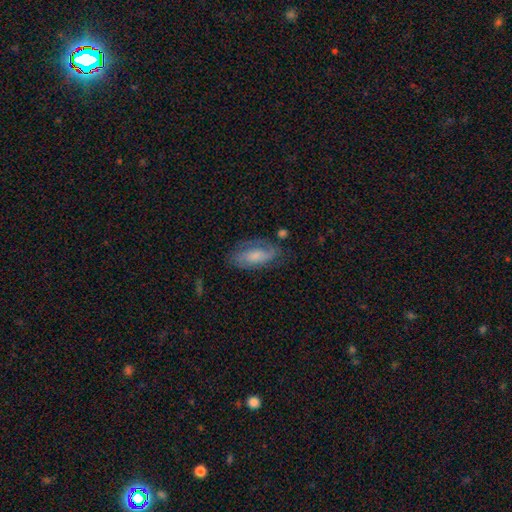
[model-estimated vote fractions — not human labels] The model was most divided on "smooth or featured": smooth: 47%, featured or disk: 46%, star or artifact: 8%. More confident: merging — none (61%).